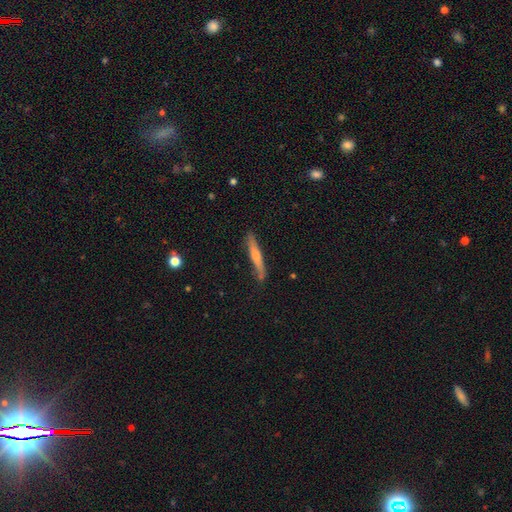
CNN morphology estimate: smooth-or-featured: featured or disk: 51% | smooth: 43% | star or artifact: 6%
  disk-edge-on: yes: 95% | no: 5%
  merging: none: 85% | minor disturbance: 11% | major disturbance: 2% | merger: 1%